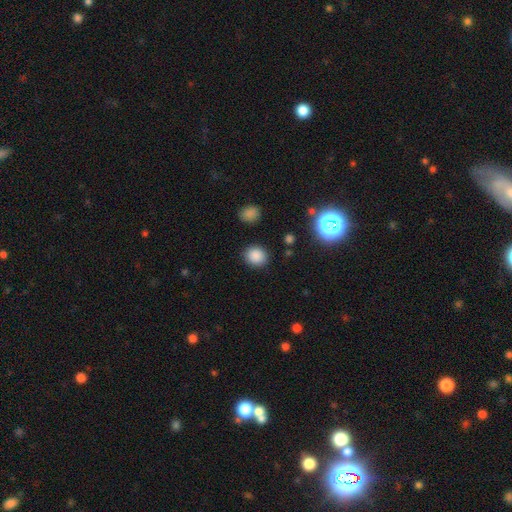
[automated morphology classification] Smooth or featured? smooth (86%)
How rounded? round (76%)
Merging? none (89%)